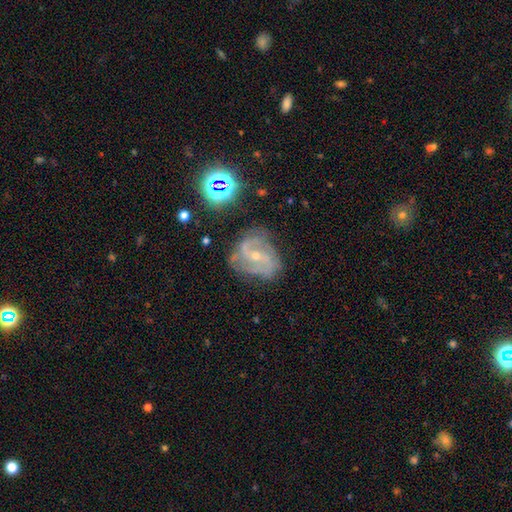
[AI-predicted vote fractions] smooth-or-featured: featured or disk: 82% | star or artifact: 10% | smooth: 9%
  disk-edge-on: no: 97% | yes: 3%
    bar: weak: 41% | no: 40% | strong: 19%
    has-spiral-arms: yes: 94% | no: 6%
      spiral-winding: medium: 49% | tight: 29% | loose: 22%
      spiral-arm-count: 2: 53% | 3: 20% | can't tell: 16% | 4: 4% | 1: 4% | more than 4: 3%
    bulge-size: small: 65% | moderate: 32% | none: 1% | large: 1% | dominant: 1%
  merging: none: 60% | minor disturbance: 26% | major disturbance: 12% | merger: 2%